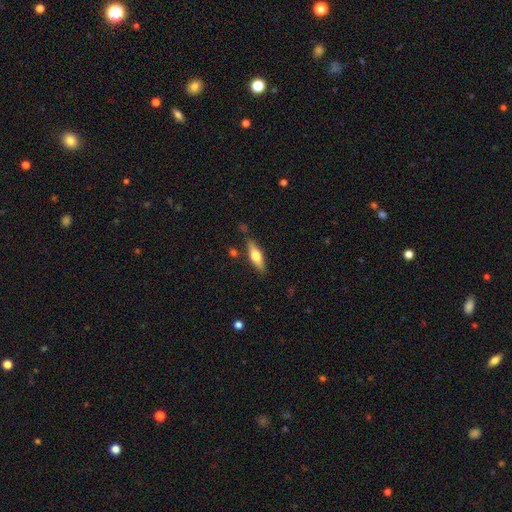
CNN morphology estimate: smooth_or_featured: smooth (p=0.52) [alt: featured or disk p=0.42]
how_rounded: cigar-shaped (p=0.50) [alt: in between p=0.47]
merging: none (p=0.82) [alt: minor disturbance p=0.12]